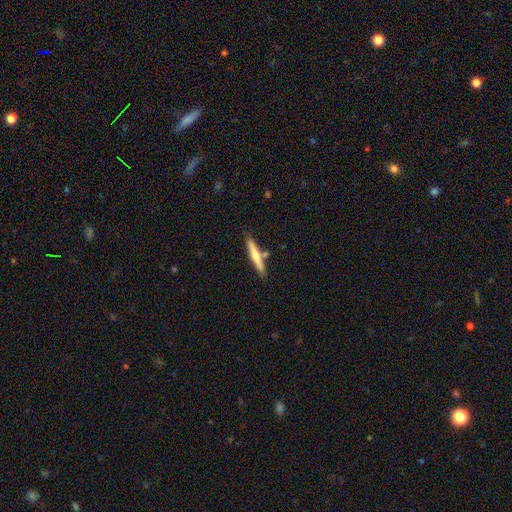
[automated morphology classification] This appears to be a featured or disk galaxy (49%). Merging: none (80%).